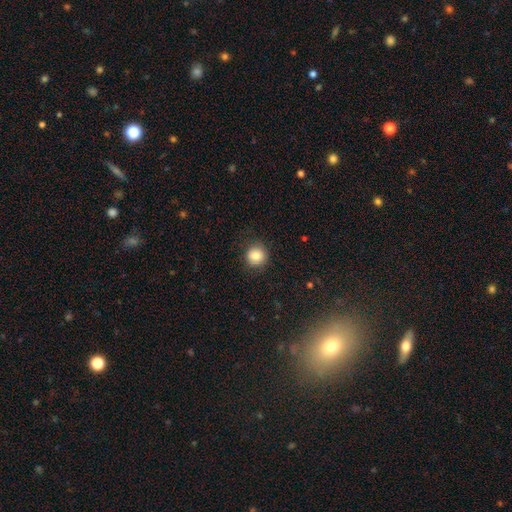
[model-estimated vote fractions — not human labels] The model was most divided on "smooth or featured": smooth: 83%, star or artifact: 10%, featured or disk: 7%. More confident: how rounded — round (92%); merging — none (87%).